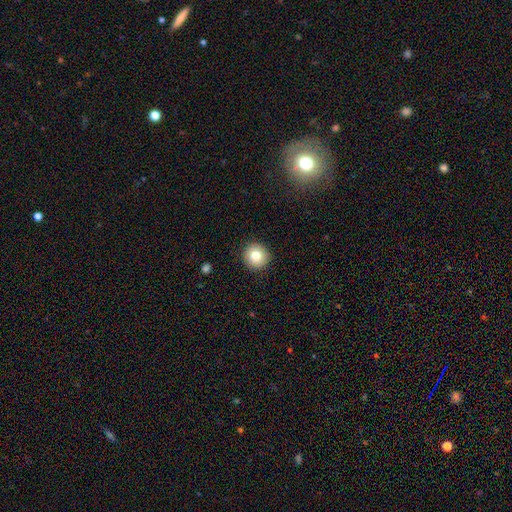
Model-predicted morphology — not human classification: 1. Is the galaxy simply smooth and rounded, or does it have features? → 79% smooth, 11% featured or disk, 10% star or artifact.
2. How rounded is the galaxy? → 94% round, 5% in between, 1% cigar-shaped.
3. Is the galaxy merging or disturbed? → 92% none, 6% minor disturbance, 2% major disturbance, 1% merger.